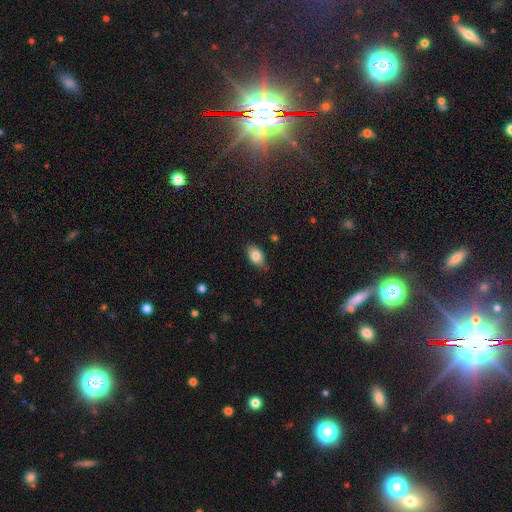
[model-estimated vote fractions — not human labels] smooth_or_featured: smooth (p=0.82) [alt: featured or disk p=0.10]
how_rounded: in between (p=0.90) [alt: round p=0.07]
merging: none (p=0.81) [alt: minor disturbance p=0.15]